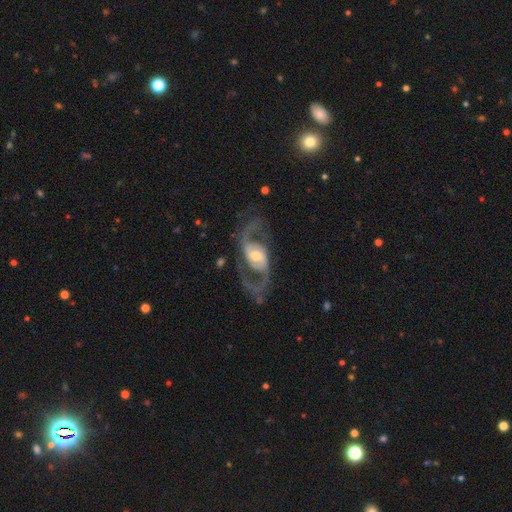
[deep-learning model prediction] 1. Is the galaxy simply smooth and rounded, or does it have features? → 90% featured or disk, 6% smooth, 4% star or artifact.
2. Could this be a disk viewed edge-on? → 96% no, 4% yes.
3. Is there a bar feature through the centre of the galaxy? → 42% no, 40% weak, 19% strong.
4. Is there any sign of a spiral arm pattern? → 95% yes, 5% no.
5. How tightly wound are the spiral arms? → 47% medium, 45% loose, 9% tight.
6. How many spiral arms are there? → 92% 2, 2% can't tell, 2% 1, 2% 3, 1% 4, 1% more than 4.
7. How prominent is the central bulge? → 62% moderate, 23% small, 12% large, 1% dominant, 1% none.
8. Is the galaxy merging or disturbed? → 69% none, 15% major disturbance, 14% minor disturbance, 2% merger.